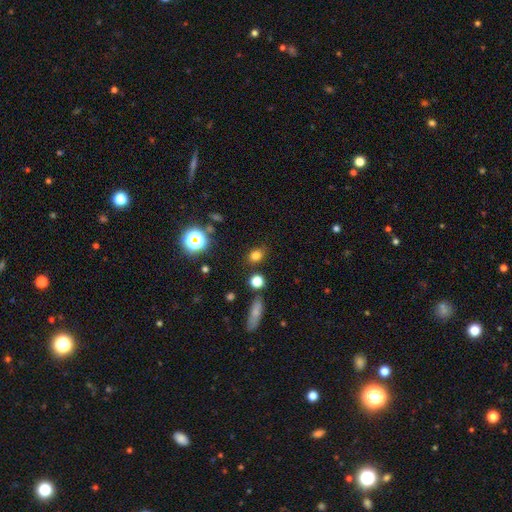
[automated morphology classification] type=smooth (75%); roundness=round (52%); merging=none (78%).